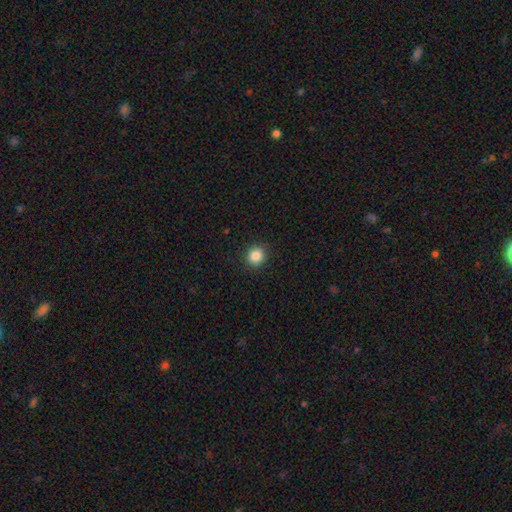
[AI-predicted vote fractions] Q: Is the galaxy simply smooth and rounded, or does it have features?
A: smooth — 85%.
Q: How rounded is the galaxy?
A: round — 90%.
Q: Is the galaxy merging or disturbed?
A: none — 92%.